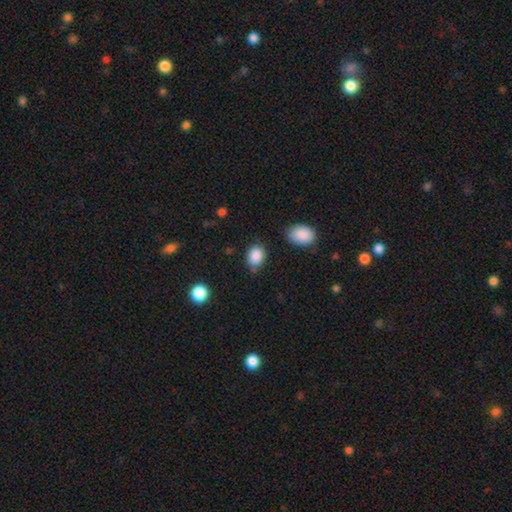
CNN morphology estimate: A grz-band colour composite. It shows a smooth galaxy with no disk features (88%) that is in between round and cigar-shaped (69%). Merging: none (73%).